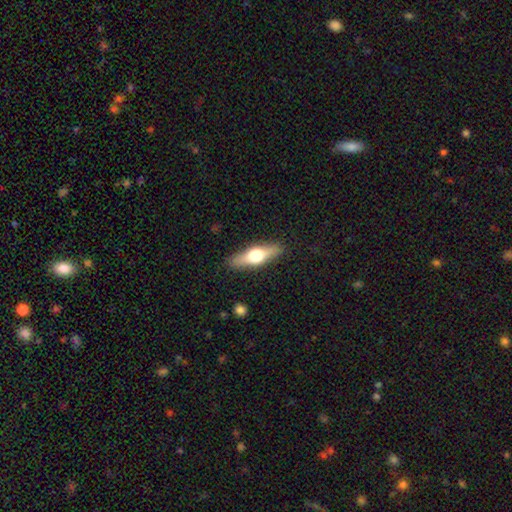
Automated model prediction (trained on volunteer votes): A featured or disk galaxy (52%) viewed edge-on (92%).

Vote fractions:
- Smooth or featured? featured or disk: 52% / smooth: 42% / star or artifact: 6%
- Edge-on disk? yes: 92% / no: 8%
- Merging? none: 88% / minor disturbance: 9% / major disturbance: 2% / merger: 1%